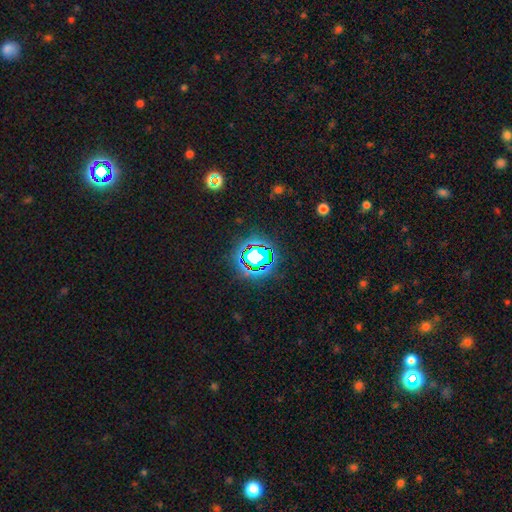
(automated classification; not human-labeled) Overall: star or artifact (68%).